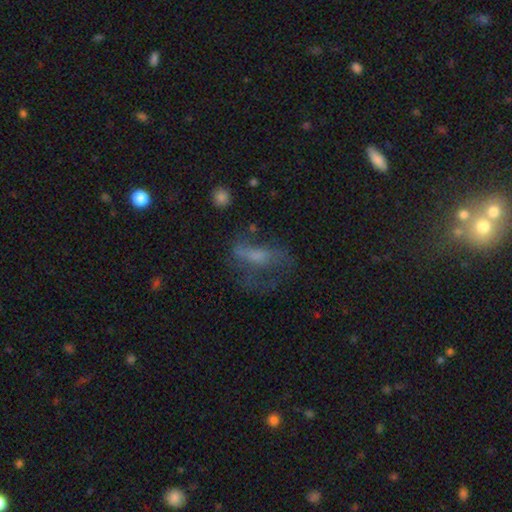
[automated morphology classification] The model was most divided on "merging": major disturbance: 39%, none: 37%, minor disturbance: 19%, merger: 4%. Remaining: smooth or featured — featured or disk (43%).